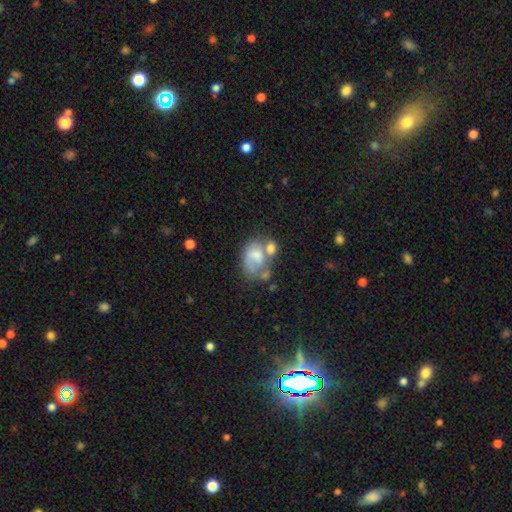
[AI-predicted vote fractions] A smooth galaxy with no disk features (58%) that is in between round and cigar-shaped (77%).

Vote fractions:
- Smooth or featured? smooth: 58% / featured or disk: 33% / star or artifact: 10%
- How rounded? in between: 77% / round: 22% / cigar-shaped: 1%
- Merging? merger: 39% / none: 22% / major disturbance: 21% / minor disturbance: 18%